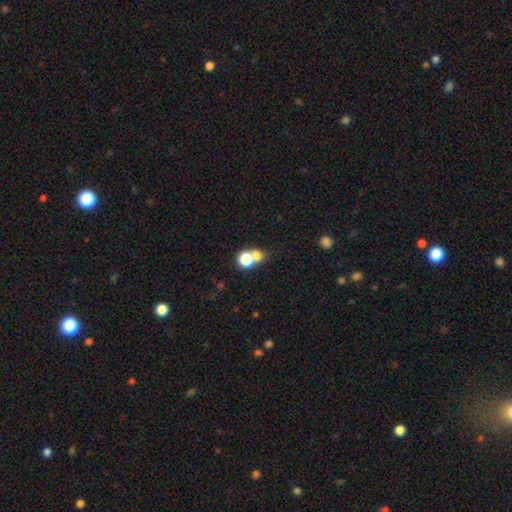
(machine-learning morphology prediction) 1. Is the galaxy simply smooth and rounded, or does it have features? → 69% smooth, 19% star or artifact, 11% featured or disk.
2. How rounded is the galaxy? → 74% round, 25% in between, 1% cigar-shaped.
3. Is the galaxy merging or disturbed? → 46% merger, 42% none, 7% minor disturbance, 4% major disturbance.